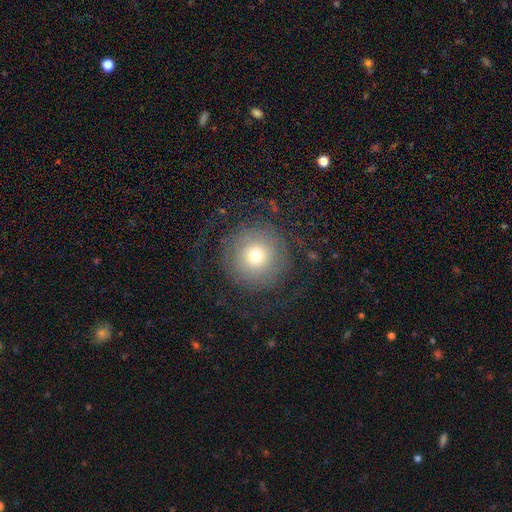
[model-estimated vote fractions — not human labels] Smooth or featured?
  - smooth: 51% *
  - featured or disk: 37%
  - star or artifact: 12%
How rounded?
  - round: 95% *
  - in between: 4%
  - cigar-shaped: 1%
Merging?
  - none: 75% *
  - major disturbance: 12%
  - minor disturbance: 11%
  - merger: 1%